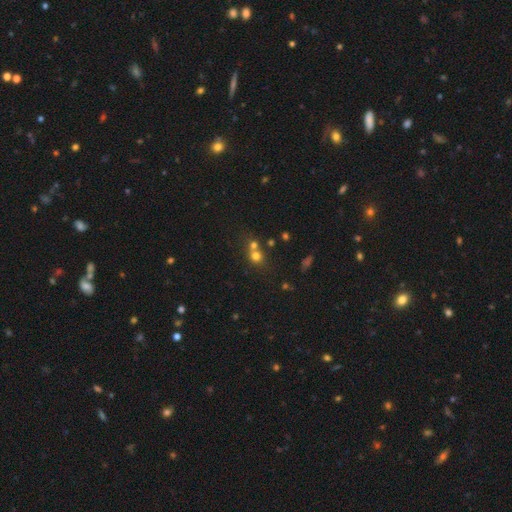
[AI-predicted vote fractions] A smooth galaxy with no disk features (69%) that is round (83%). Merging: merger (49%).